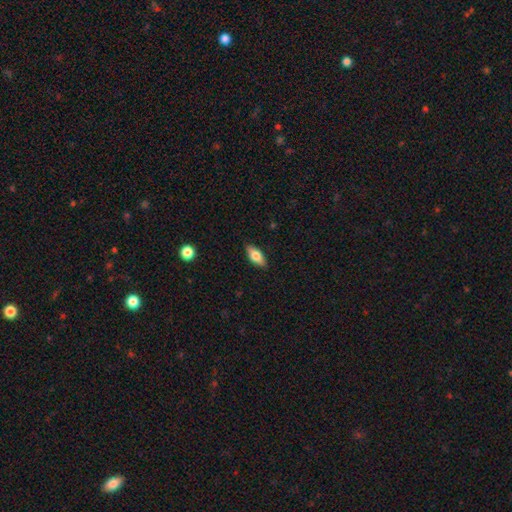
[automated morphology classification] A smooth galaxy with no disk features (74%) that is in between round and cigar-shaped (83%). Merging: none (88%).